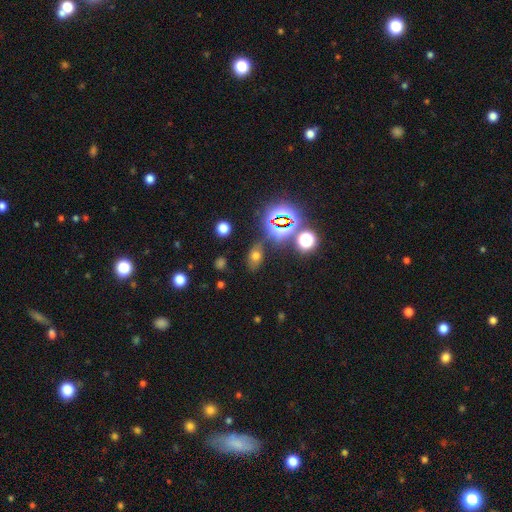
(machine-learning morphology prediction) smooth-or-featured: smooth: 54% | star or artifact: 34% | featured or disk: 13%
  how-rounded: in between: 77% | round: 20% | cigar-shaped: 3%
  merging: none: 71% | minor disturbance: 16% | major disturbance: 7% | merger: 6%